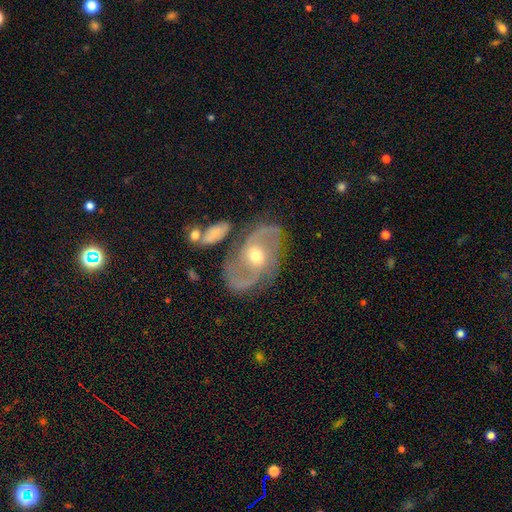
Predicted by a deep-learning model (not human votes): Smooth or featured? Predicted: featured or disk (p=0.87). Edge-on disk? Predicted: no (p=0.96). Bar? Predicted: no (p=0.51). Spiral arms? Predicted: yes (p=0.94). Spiral winding? Predicted: medium (p=0.50). Spiral arm count? Predicted: 2 (p=0.86). Bulge size? Predicted: moderate (p=0.59). Merging? Predicted: none (p=0.69).